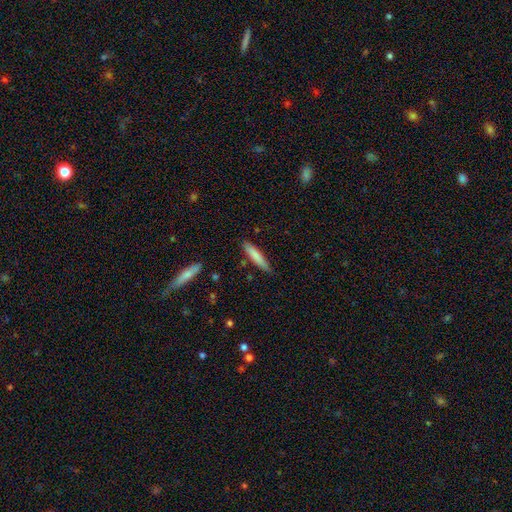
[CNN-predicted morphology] Q: Smooth or featured?
A: smooth (79%); runner-up: featured or disk (15%)
Q: How rounded?
A: cigar-shaped (87%); runner-up: in between (12%)
Q: Merging?
A: none (80%); runner-up: minor disturbance (15%)